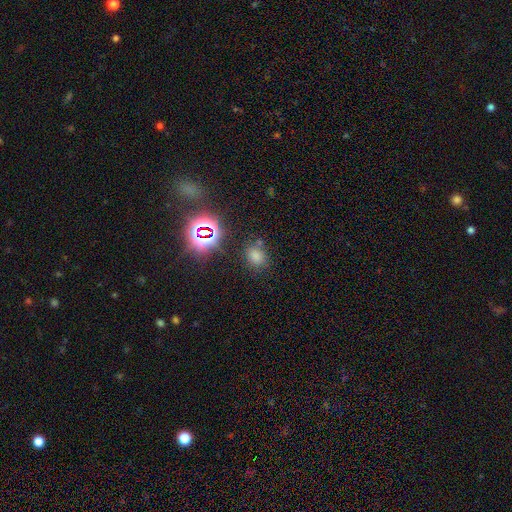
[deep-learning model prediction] smooth 57%, star or artifact 36%, featured or disk 7%. Down the decision tree: how rounded — round (66%); merging — none (79%).